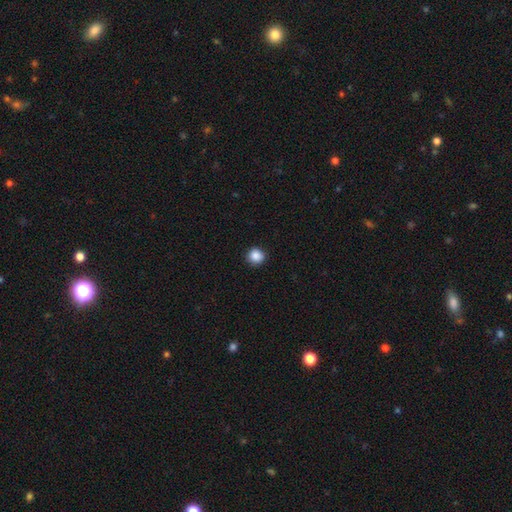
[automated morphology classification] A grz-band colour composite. It shows a smooth galaxy with no disk features (87%) that is round (91%). Merging: none (90%).